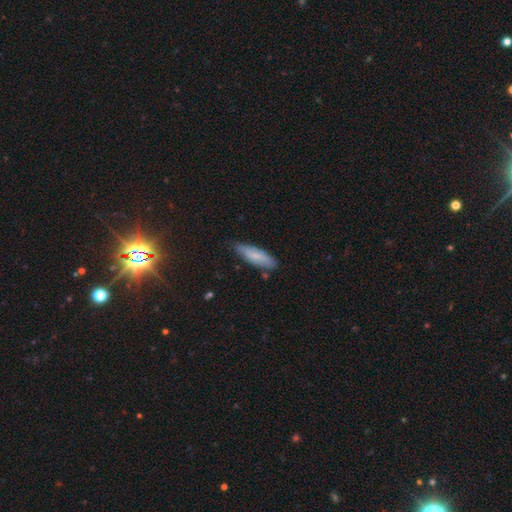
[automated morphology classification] Overall: smooth (75%). How rounded: cigar-shaped (54%; in between 45%). Merging: none (76%).